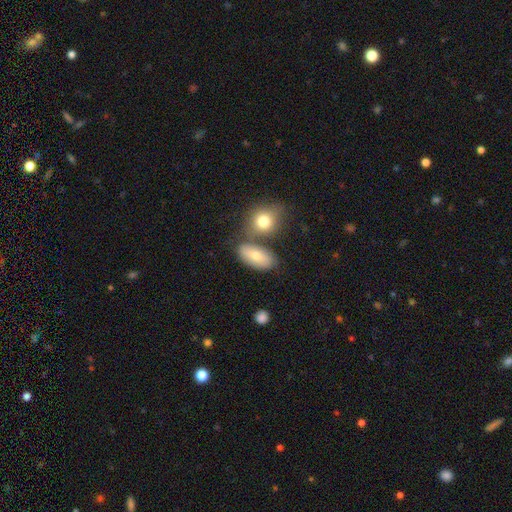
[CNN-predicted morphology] Overall: smooth (73%). How rounded: in between (86%). Merging: none (55%; merger 26%).